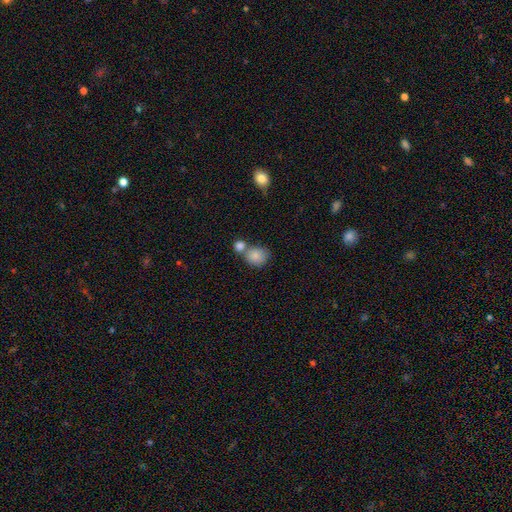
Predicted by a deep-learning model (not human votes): This is clearly a smooth galaxy (84%). How rounded: likely round (70%). Merging: marginally none (44%).